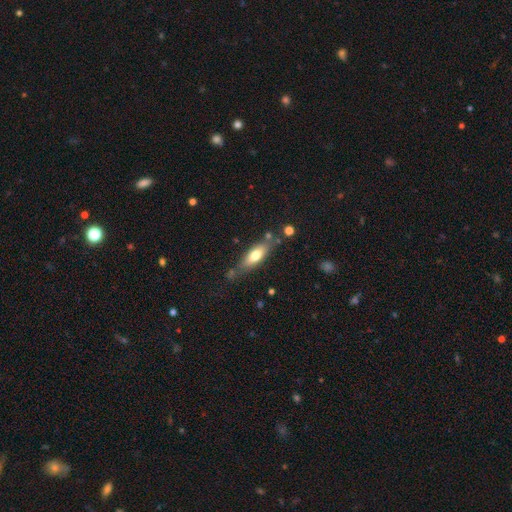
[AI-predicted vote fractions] This appears to be a smooth galaxy with no disk features (65%) that is in between round and cigar-shaped (60%). Merging: none (68%).